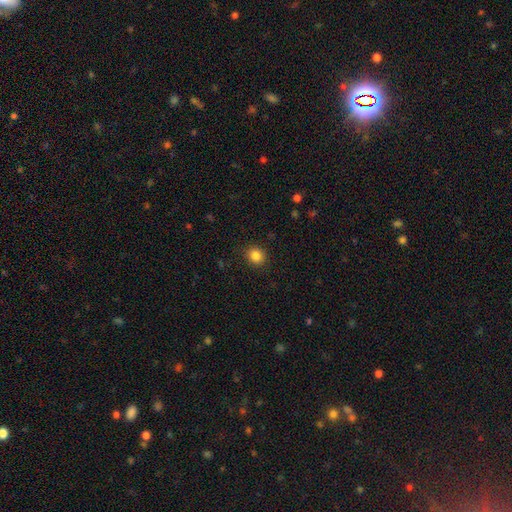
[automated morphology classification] A smooth galaxy with no disk features (85%) that is round (78%).

Vote fractions:
- Smooth or featured? smooth: 85% / star or artifact: 11% / featured or disk: 4%
- How rounded? round: 78% / in between: 21% / cigar-shaped: 1%
- Merging? none: 89% / minor disturbance: 7% / major disturbance: 2% / merger: 1%